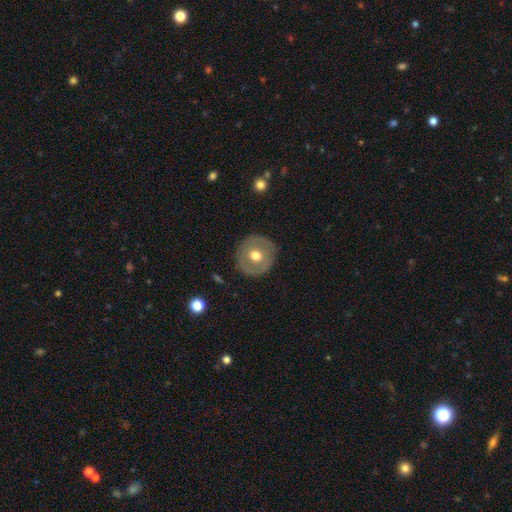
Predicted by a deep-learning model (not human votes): Morphology: type=smooth (49%); merging=none (87%).